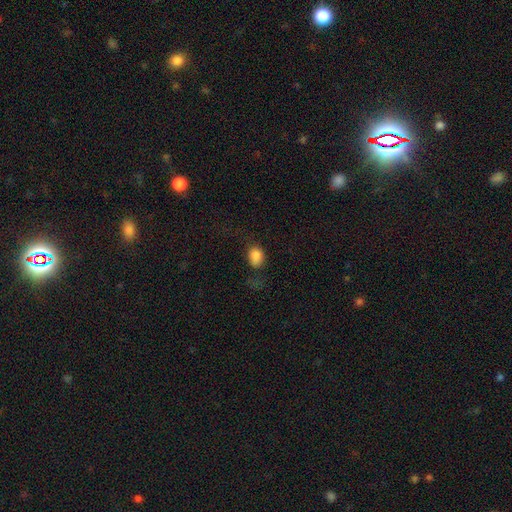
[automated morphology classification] Q: Smooth or featured?
A: smooth (83%); runner-up: star or artifact (11%)
Q: How rounded?
A: in between (67%); runner-up: round (31%)
Q: Merging?
A: none (54%); runner-up: minor disturbance (25%)